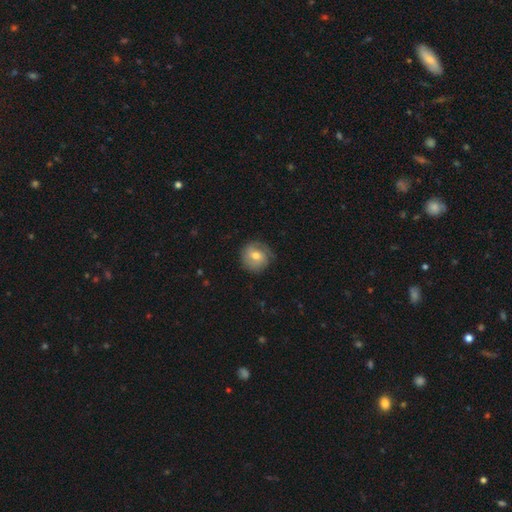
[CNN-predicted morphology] This appears to be a smooth galaxy with no disk features (50%). Merging: none (78%).